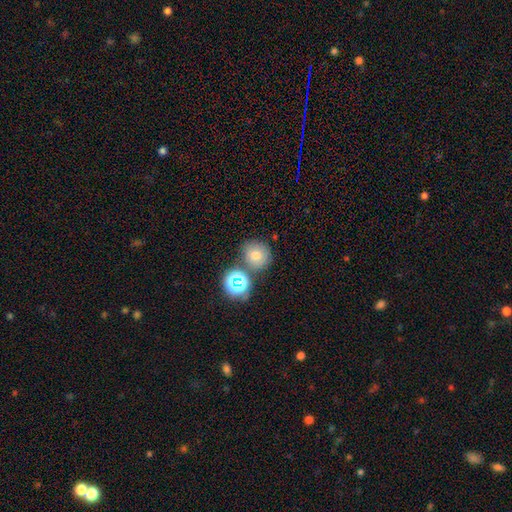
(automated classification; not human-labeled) A smooth galaxy with no disk features (60%) that is round (86%). Merging: none (70%).